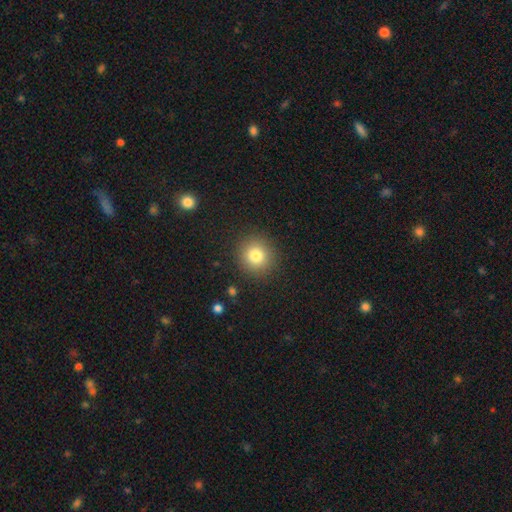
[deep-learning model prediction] A smooth galaxy with no disk features (80%) that is round (91%).

Vote fractions:
- Smooth or featured? smooth: 80% / star or artifact: 12% / featured or disk: 8%
- How rounded? round: 91% / in between: 8% / cigar-shaped: 1%
- Merging? none: 90% / minor disturbance: 6% / major disturbance: 3% / merger: 1%